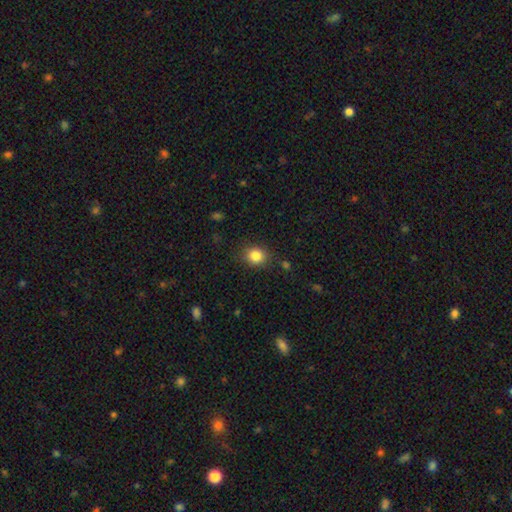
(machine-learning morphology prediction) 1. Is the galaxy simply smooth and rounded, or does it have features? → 84% smooth, 11% star or artifact, 5% featured or disk.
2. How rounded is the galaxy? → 71% round, 28% in between, 1% cigar-shaped.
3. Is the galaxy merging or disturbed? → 84% none, 11% minor disturbance, 3% major disturbance, 2% merger.